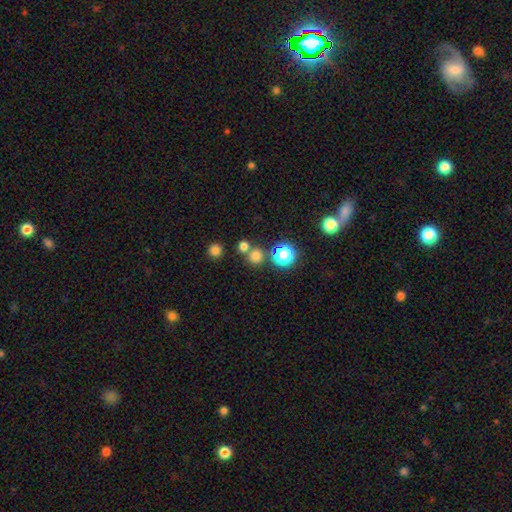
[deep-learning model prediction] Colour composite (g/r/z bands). It shows a smooth galaxy with no disk features (71%) that is round (90%). Merging: none (69%).